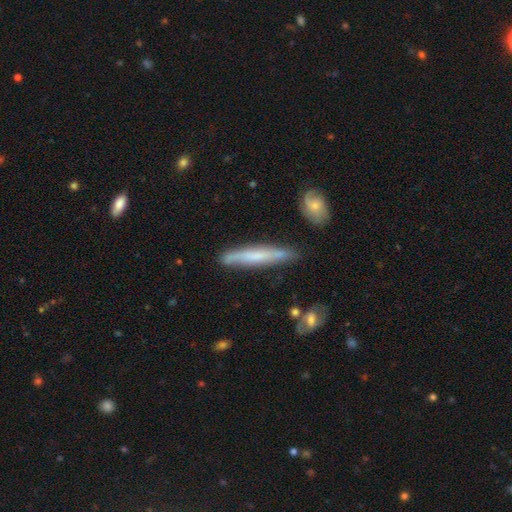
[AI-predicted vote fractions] This is possibly a smooth galaxy (52%). How rounded: clearly cigar-shaped (94%). Merging: clearly none (81%).